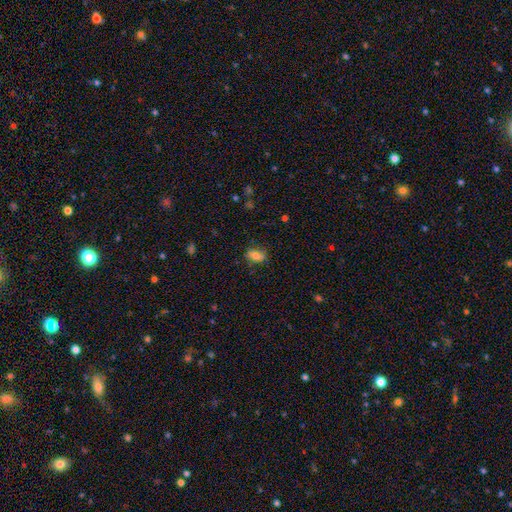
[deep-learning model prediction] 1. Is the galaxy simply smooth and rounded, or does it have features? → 79% smooth, 12% featured or disk, 9% star or artifact.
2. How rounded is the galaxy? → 84% in between, 10% round, 6% cigar-shaped.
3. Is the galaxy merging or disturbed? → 80% none, 15% minor disturbance, 4% major disturbance, 2% merger.